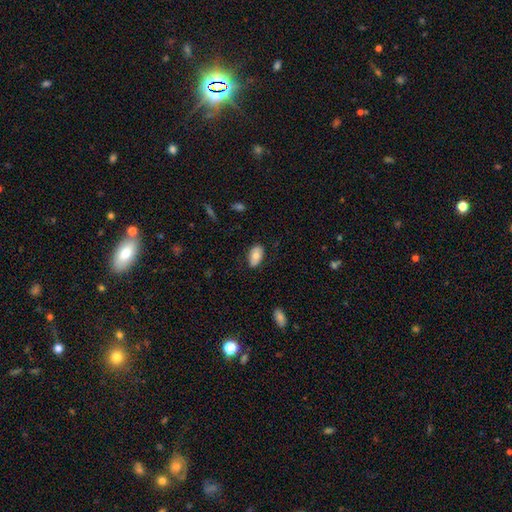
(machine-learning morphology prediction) smooth-or-featured: smooth: 75% | featured or disk: 18% | star or artifact: 7%
  how-rounded: in between: 94% | round: 4% | cigar-shaped: 2%
  merging: none: 80% | minor disturbance: 16% | major disturbance: 3% | merger: 1%